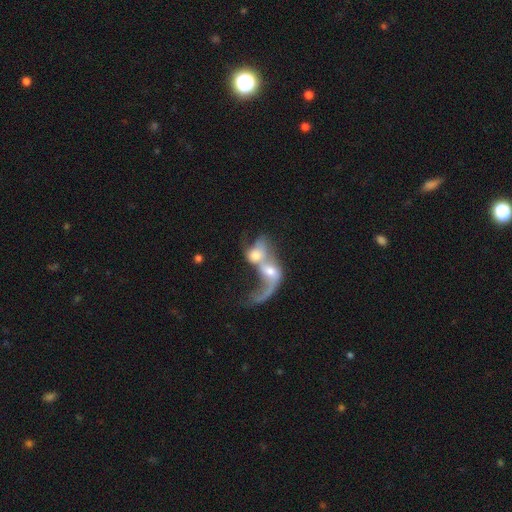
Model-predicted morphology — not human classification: This appears to be a featured or disk galaxy (57%) with no bar (66%), spiral arms (61%) and a moderate central bulge (49%). Merging: merger (82%).